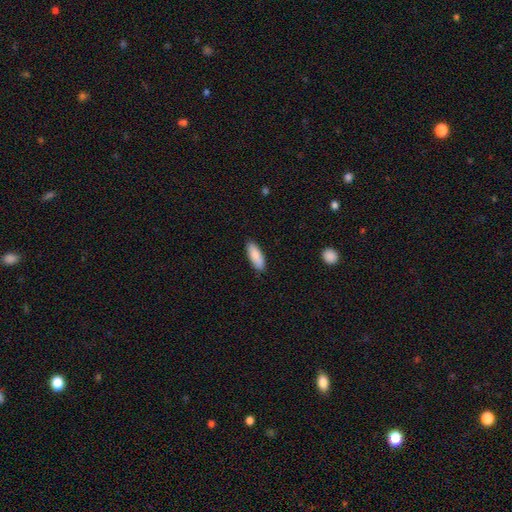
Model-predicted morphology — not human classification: smooth-or-featured: smooth: 86% | featured or disk: 8% | star or artifact: 6%
  how-rounded: in between: 68% | cigar-shaped: 30% | round: 2%
  merging: none: 87% | minor disturbance: 10% | major disturbance: 2% | merger: 1%